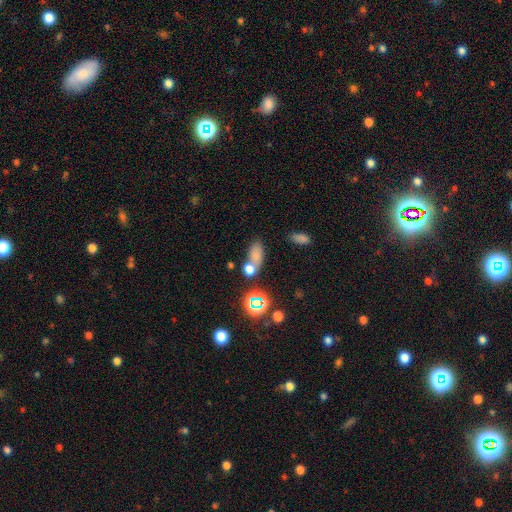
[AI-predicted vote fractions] smooth_or_featured: smooth (p=0.69) [alt: star or artifact p=0.20]
how_rounded: in between (p=0.77) [alt: round p=0.15]
merging: none (p=0.46) [alt: merger p=0.34]